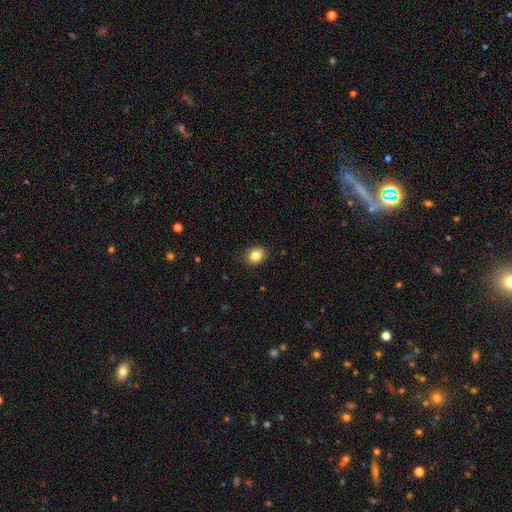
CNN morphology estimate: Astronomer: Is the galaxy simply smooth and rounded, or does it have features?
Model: smooth — 85%.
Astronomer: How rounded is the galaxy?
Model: in between — 55% (runner-up: round, 44%).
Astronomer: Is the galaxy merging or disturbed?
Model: none — 85%.